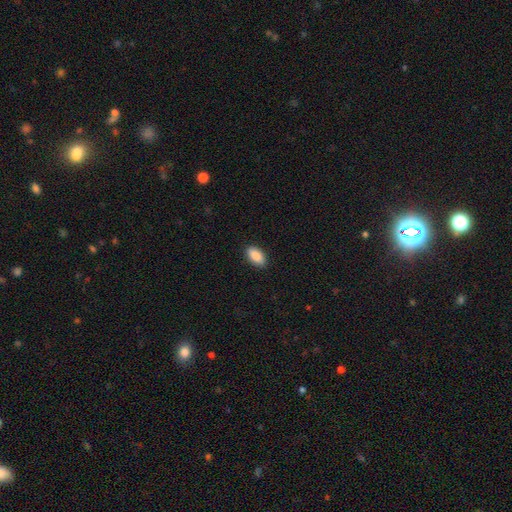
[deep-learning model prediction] smooth_or_featured: smooth (p=0.89) [alt: star or artifact p=0.06]
how_rounded: in between (p=0.93) [alt: cigar-shaped p=0.04]
merging: none (p=0.89) [alt: minor disturbance p=0.08]